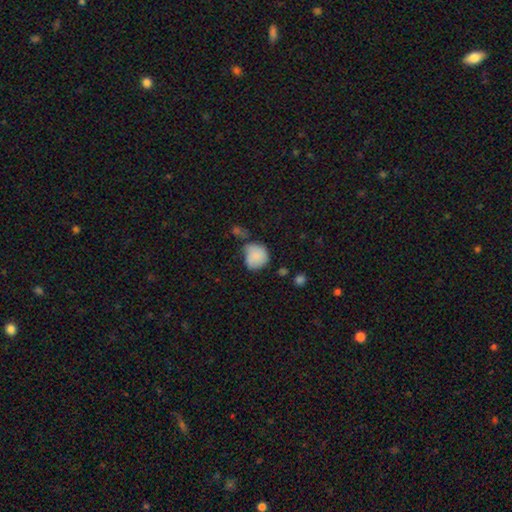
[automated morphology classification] The model was most divided on "merging": none: 41%, minor disturbance: 34%, major disturbance: 13%, merger: 11%. More confident: smooth or featured — smooth (83%); how rounded — round (77%).